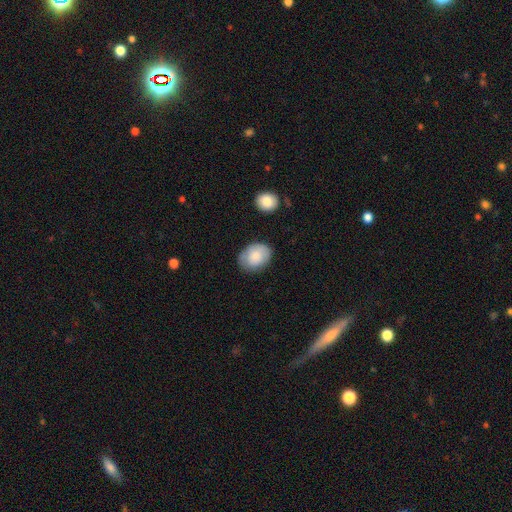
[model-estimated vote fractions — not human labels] This is clearly a smooth galaxy (80%). How rounded: likely in between (66%). Merging: likely none (73%).